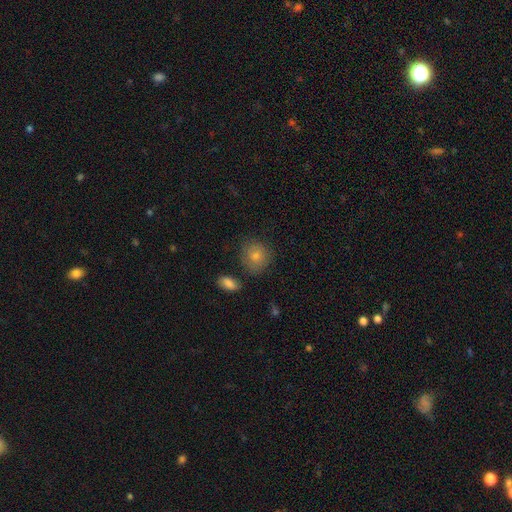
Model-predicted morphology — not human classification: A smooth galaxy with no disk features (73%) that is round (84%). Merging: none (77%).